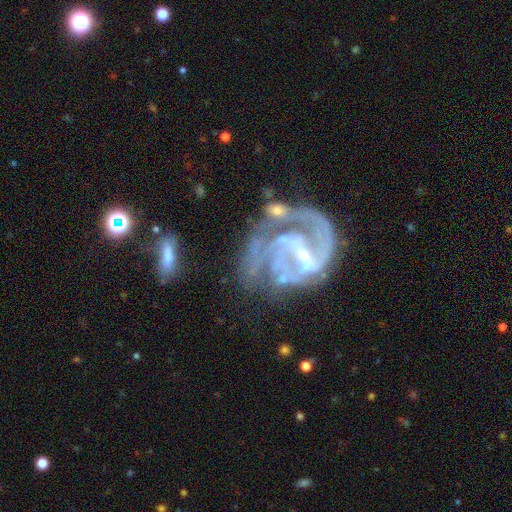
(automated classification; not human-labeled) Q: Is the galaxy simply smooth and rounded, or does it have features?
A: featured or disk — 87%.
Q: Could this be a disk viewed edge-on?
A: no — 98%.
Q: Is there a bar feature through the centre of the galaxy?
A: weak — 45%.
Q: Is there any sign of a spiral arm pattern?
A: yes — 91%.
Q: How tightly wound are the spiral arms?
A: medium — 46%.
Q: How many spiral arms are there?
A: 2 — 42%.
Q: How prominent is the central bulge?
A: small — 67%.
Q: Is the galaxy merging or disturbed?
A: major disturbance — 37%.